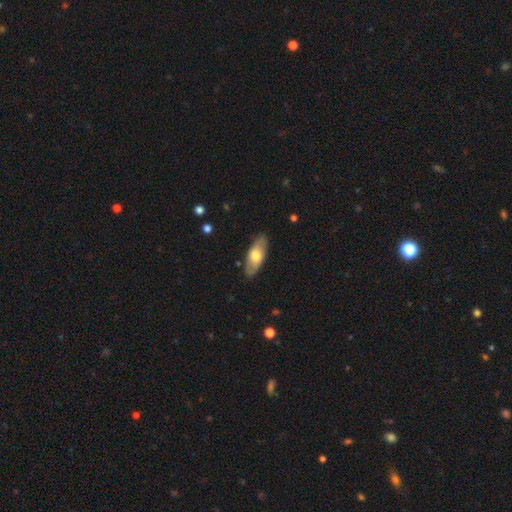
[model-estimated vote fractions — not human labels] Q: Smooth or featured?
A: smooth (58%); runner-up: featured or disk (37%)
Q: How rounded?
A: in between (80%); runner-up: cigar-shaped (18%)
Q: Merging?
A: none (86%); runner-up: minor disturbance (10%)